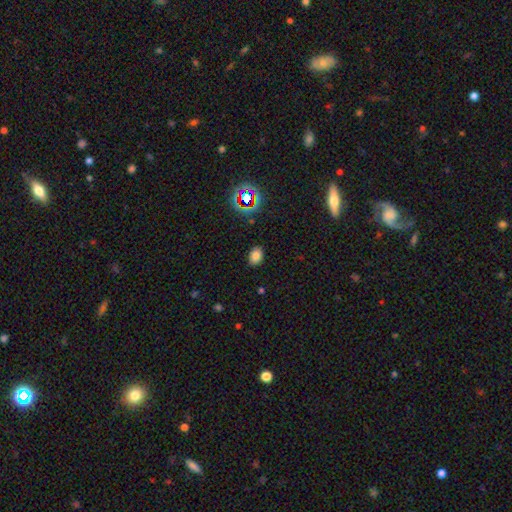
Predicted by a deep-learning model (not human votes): Smooth or featured? Predicted: smooth (p=0.78). How rounded? Predicted: in between (p=0.74). Merging? Predicted: none (p=0.86).